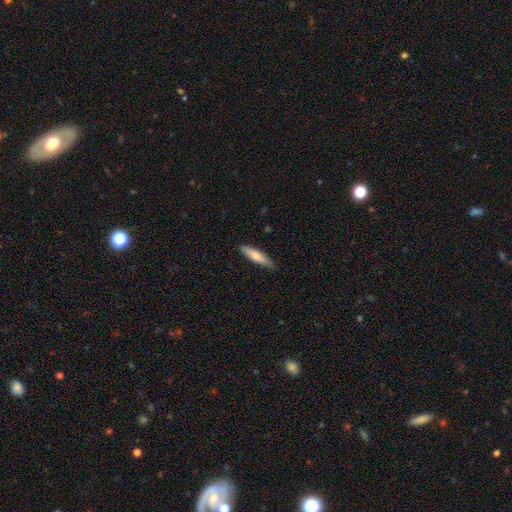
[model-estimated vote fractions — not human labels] The model was most divided on "how rounded": cigar-shaped: 77%, in between: 22%, round: 1%. More confident: merging — none (80%); smooth or featured — smooth (78%).